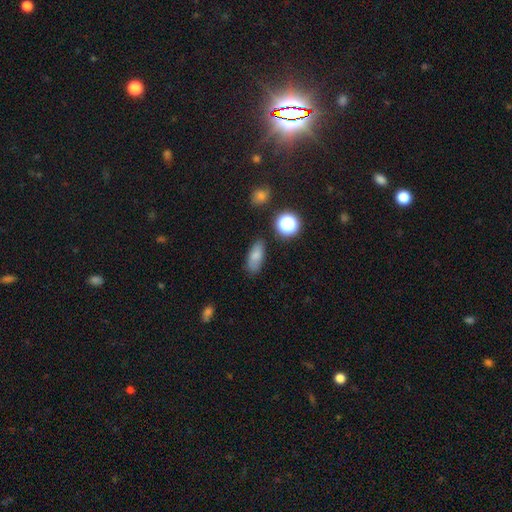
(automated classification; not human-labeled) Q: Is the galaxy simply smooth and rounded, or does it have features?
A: smooth — 78%.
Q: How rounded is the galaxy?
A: in between — 80%.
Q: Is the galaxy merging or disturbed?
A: none — 78%.